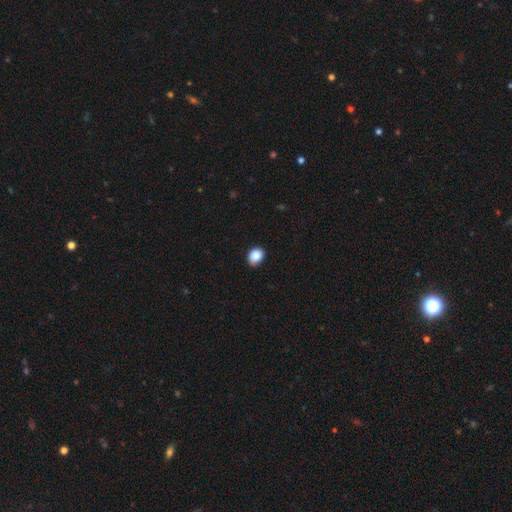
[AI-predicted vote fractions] This appears to be a smooth galaxy with no disk features (89%) that is in between round and cigar-shaped (51%). Merging: none (84%).